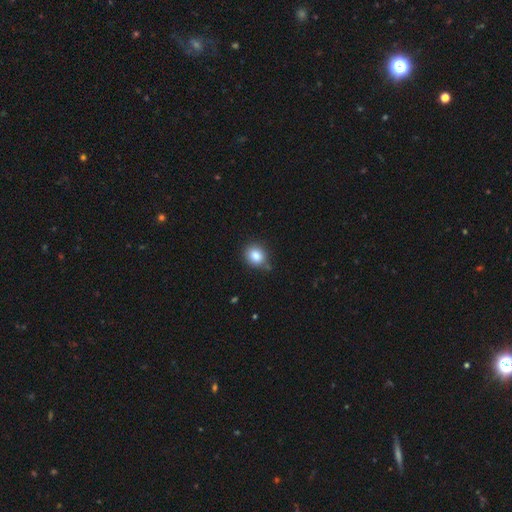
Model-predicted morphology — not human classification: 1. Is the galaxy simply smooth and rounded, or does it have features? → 84% smooth, 10% star or artifact, 6% featured or disk.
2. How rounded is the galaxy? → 68% round, 31% in between, 1% cigar-shaped.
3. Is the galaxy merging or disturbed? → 76% none, 17% minor disturbance, 4% merger, 3% major disturbance.